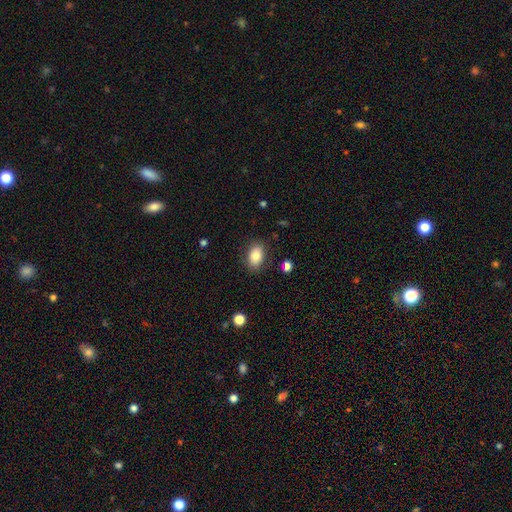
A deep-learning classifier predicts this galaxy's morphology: This is clearly a smooth galaxy (84%). How rounded: clearly in between (87%). Merging: clearly none (84%).